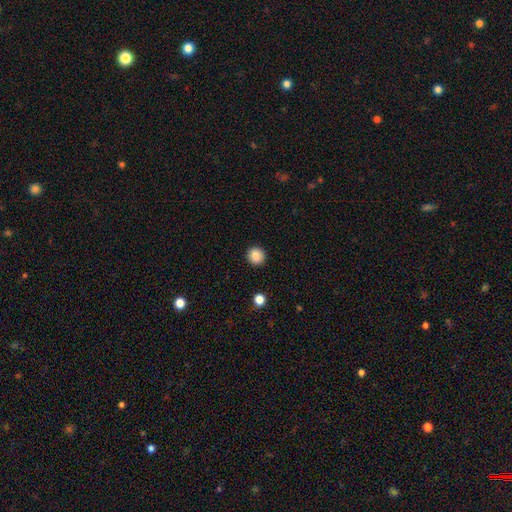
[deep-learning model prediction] This appears to be a smooth galaxy with no disk features (86%) that is round (89%). Merging: none (91%).